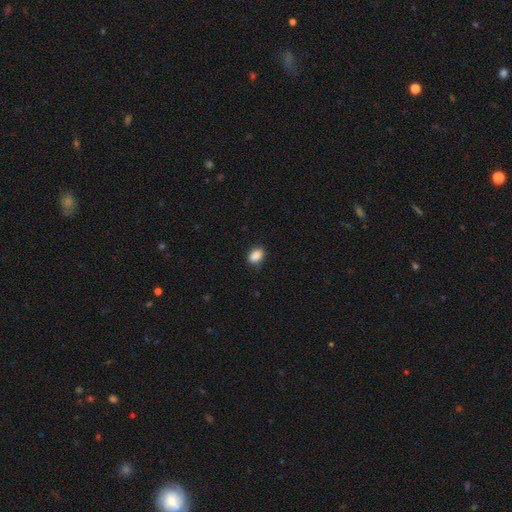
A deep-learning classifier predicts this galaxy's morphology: Smooth or featured? Predicted: smooth (p=0.88). How rounded? Predicted: in between (p=0.80). Merging? Predicted: none (p=0.83).